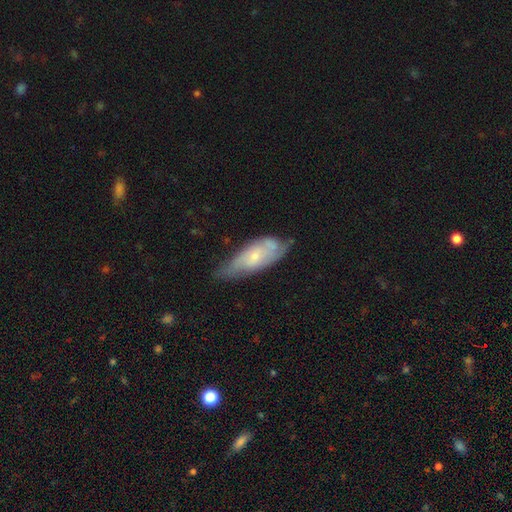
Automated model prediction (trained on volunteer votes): Smooth or featured?
  - featured or disk: 54% *
  - smooth: 40%
  - star or artifact: 7%
Edge-on disk?
  - no: 84% *
  - yes: 16%
Merging?
  - none: 48% *
  - minor disturbance: 37%
  - major disturbance: 12%
  - merger: 3%